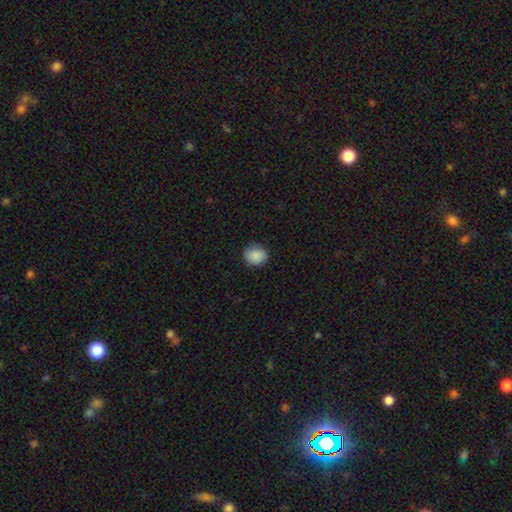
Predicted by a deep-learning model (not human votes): Smooth or featured: smooth — 89% (star or artifact — 8%)
How rounded: round — 66% (in between — 33%)
Merging: none — 85% (minor disturbance — 11%)